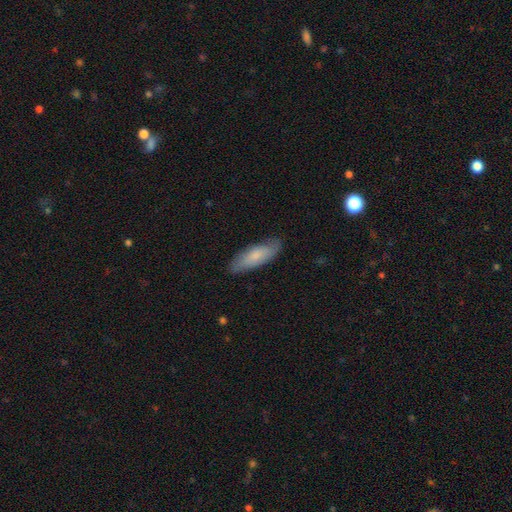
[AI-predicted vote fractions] Morphology: type=smooth (70%); roundness=in between (59%); merging=none (81%).